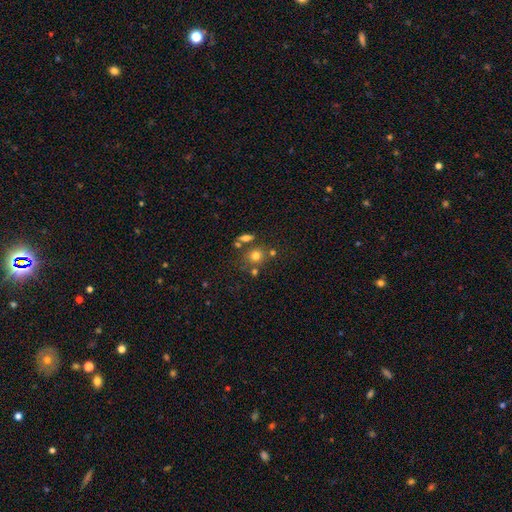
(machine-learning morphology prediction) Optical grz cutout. It shows a smooth galaxy with no disk features (73%) that is round (79%). Merging: none (64%).